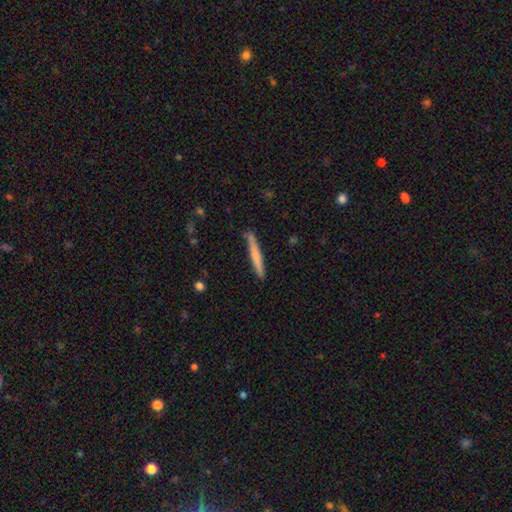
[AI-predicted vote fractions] The model was most divided on "smooth or featured": smooth: 65%, featured or disk: 29%, star or artifact: 5%. More confident: how rounded — cigar-shaped (96%); merging — none (85%).